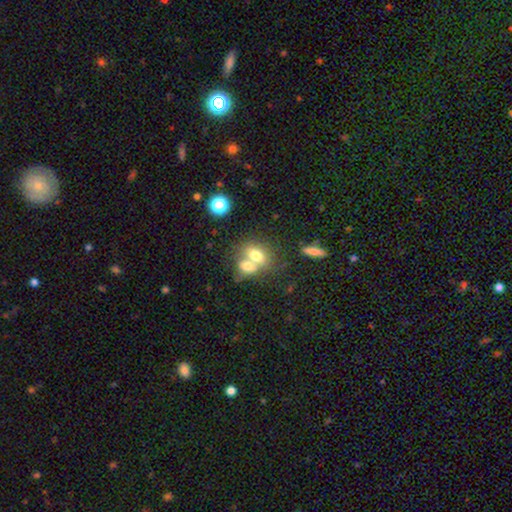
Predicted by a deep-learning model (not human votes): Smooth or featured: smooth — 70% (featured or disk — 20%)
How rounded: in between — 66% (round — 32%)
Merging: merger — 65% (none — 24%)